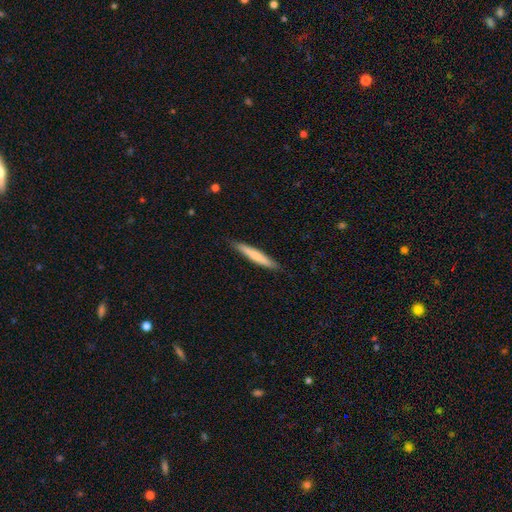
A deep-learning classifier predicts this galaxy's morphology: This appears to be a smooth galaxy with no disk features (70%) that is cigar-shaped (95%). Merging: none (89%).